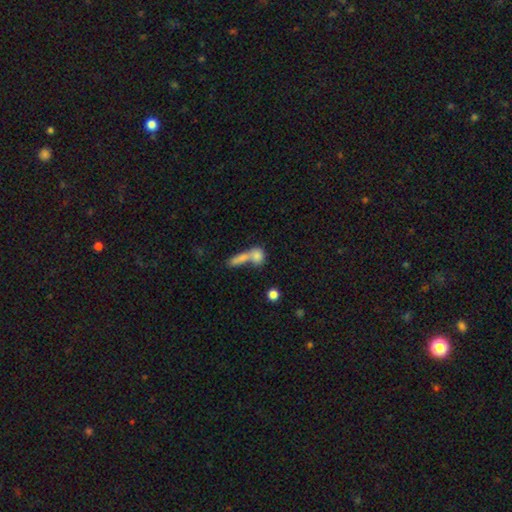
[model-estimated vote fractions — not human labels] Smooth or featured: smooth — 77% (featured or disk — 14%)
How rounded: in between — 43% (round — 38%)
Merging: merger — 57% (none — 29%)